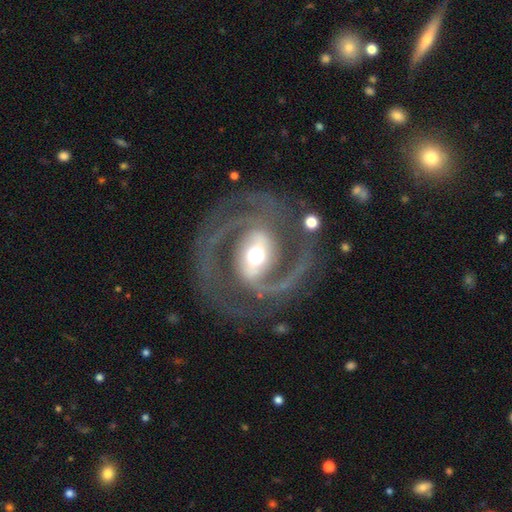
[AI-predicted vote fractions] A featured or disk galaxy (91%) with a strong bar (52%), 2 (85%) medium (56%) spiral arms (97%) and a moderate central bulge (57%). Merging: none (75%).